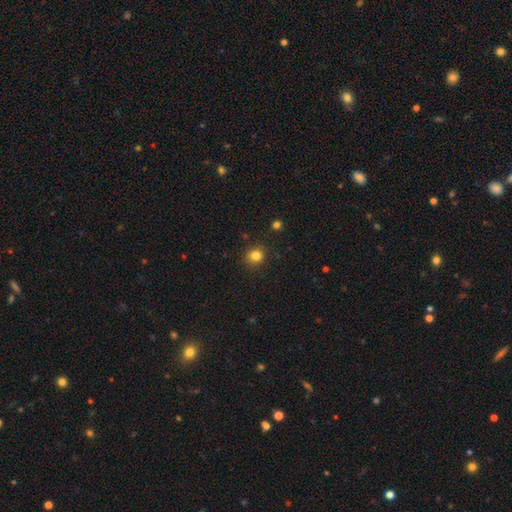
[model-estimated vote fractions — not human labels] This appears to be a smooth galaxy with no disk features (82%) that is round (83%). Merging: none (87%).